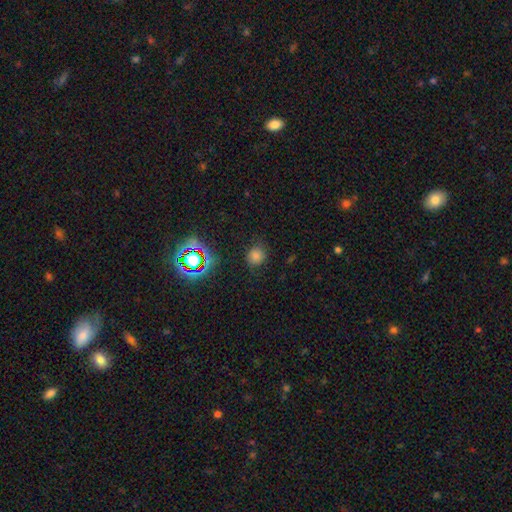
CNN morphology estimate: Smooth or featured? Predicted: smooth (p=0.72). How rounded? Predicted: round (p=0.83). Merging? Predicted: none (p=0.83).